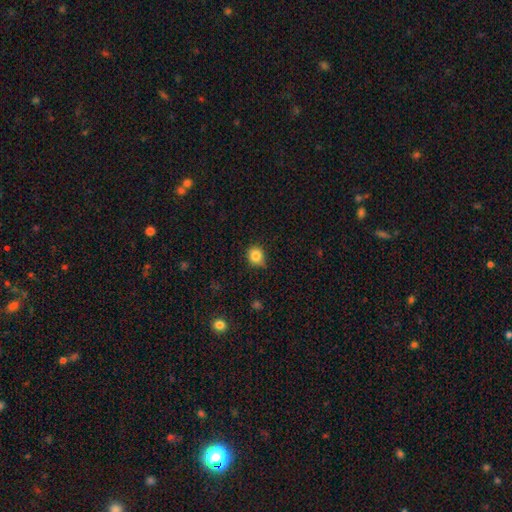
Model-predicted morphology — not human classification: Smooth or featured: smooth — 83% (star or artifact — 11%)
How rounded: round — 80% (in between — 19%)
Merging: none — 72% (minor disturbance — 23%)